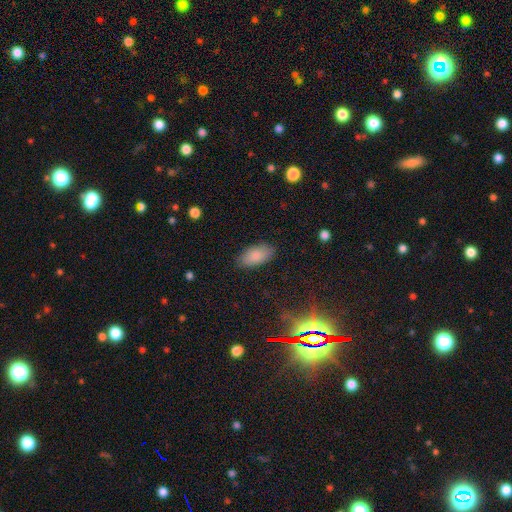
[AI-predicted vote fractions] Smooth or featured? smooth (86%)
How rounded? in between (93%)
Merging? none (85%)